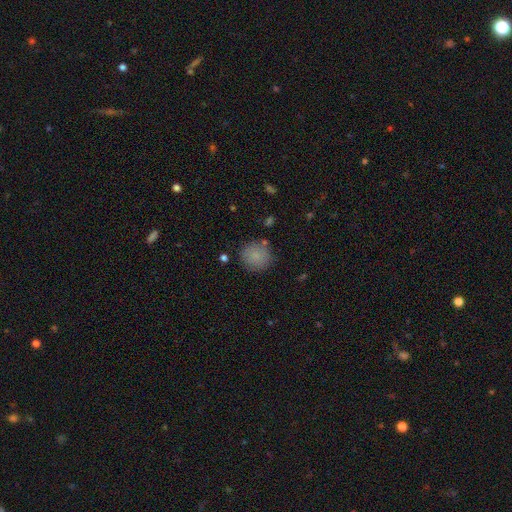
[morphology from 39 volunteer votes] This appears to be a smooth galaxy with no disk features (85%) that is round (100%). Merging: none (73%).